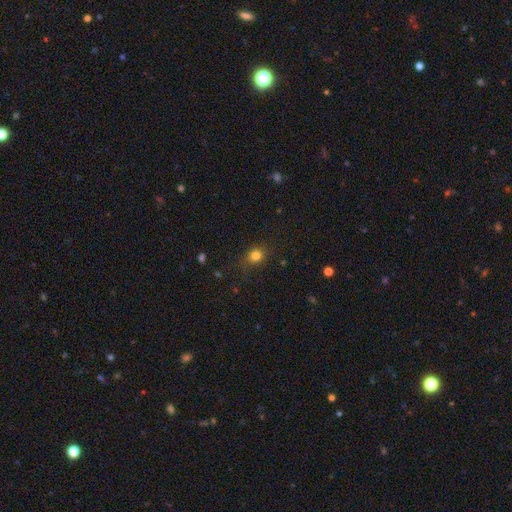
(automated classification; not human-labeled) Smooth or featured: smooth — 79% (star or artifact — 14%)
How rounded: round — 66% (in between — 32%)
Merging: none — 78% (minor disturbance — 15%)